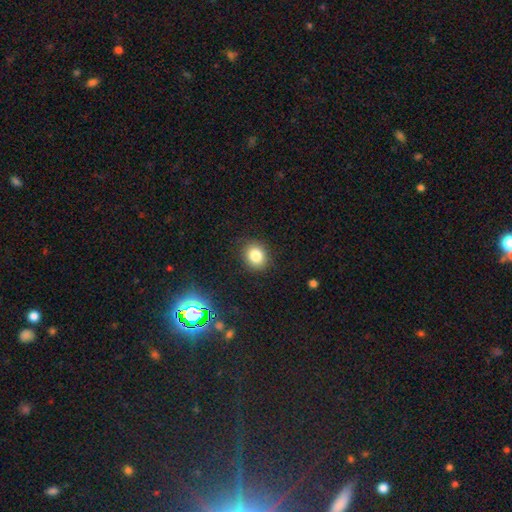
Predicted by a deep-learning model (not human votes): smooth_or_featured: smooth (p=0.81) [alt: star or artifact p=0.12]
how_rounded: round (p=0.62) [alt: in between p=0.37]
merging: none (p=0.87) [alt: minor disturbance p=0.09]